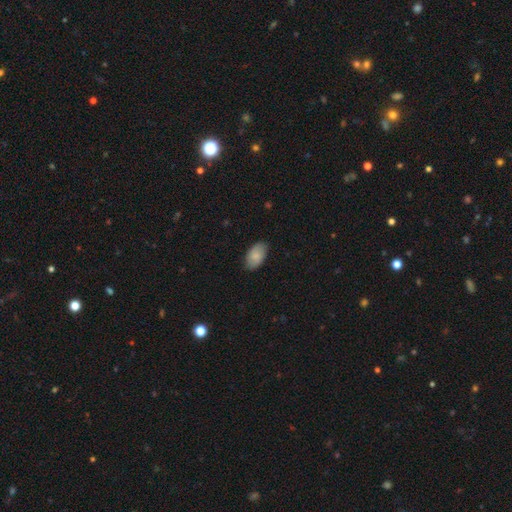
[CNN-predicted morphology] A smooth galaxy with no disk features (81%) that is in between round and cigar-shaped (95%).

Vote fractions:
- Smooth or featured? smooth: 81% / featured or disk: 13% / star or artifact: 6%
- How rounded? in between: 95% / round: 4% / cigar-shaped: 2%
- Merging? none: 83% / minor disturbance: 14% / major disturbance: 2% / merger: 1%